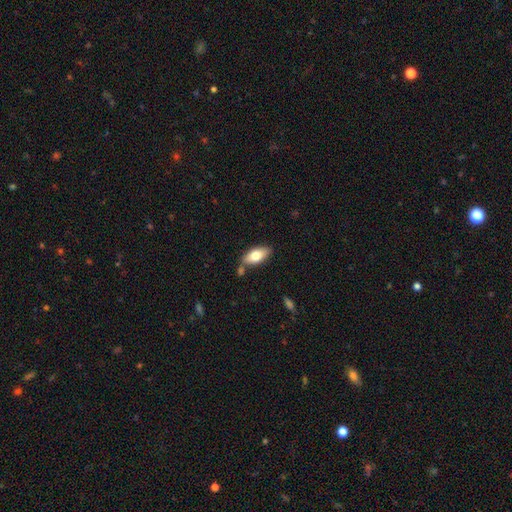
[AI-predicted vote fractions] smooth_or_featured: smooth (p=0.73) [alt: featured or disk p=0.21]
how_rounded: in between (p=0.87) [alt: cigar-shaped p=0.10]
merging: none (p=0.70) [alt: minor disturbance p=0.16]